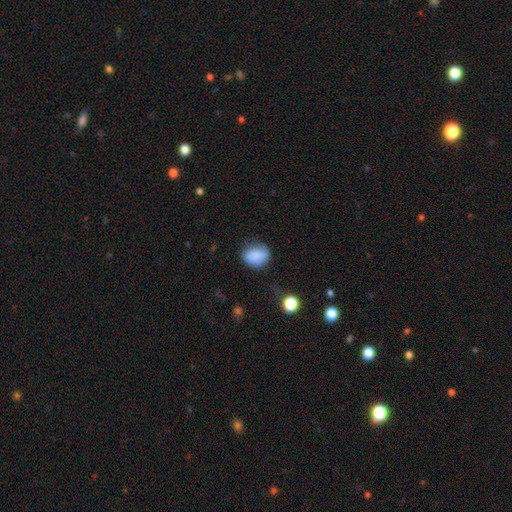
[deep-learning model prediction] This is clearly a smooth galaxy (80%). How rounded: likely in between (60%). Merging: possibly none (58%).